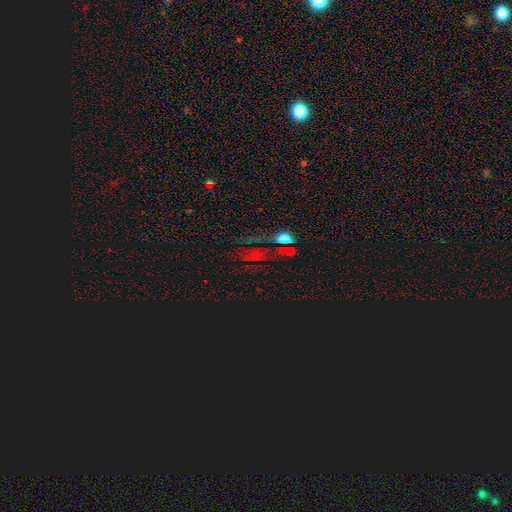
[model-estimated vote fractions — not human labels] This appears to be a star or artifact, not a galaxy (67%).